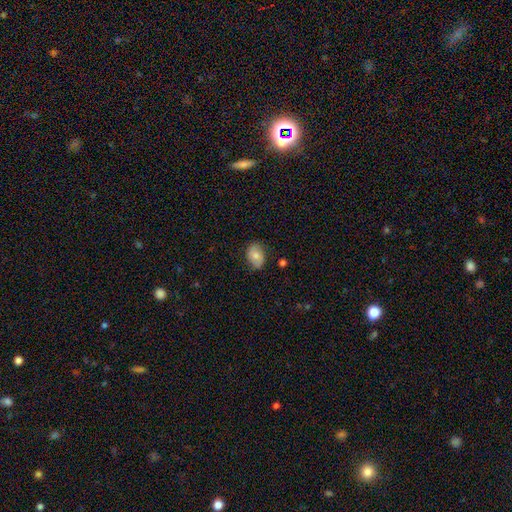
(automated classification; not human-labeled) A smooth galaxy with no disk features (66%) that is in between round and cigar-shaped (76%). Merging: none (74%).